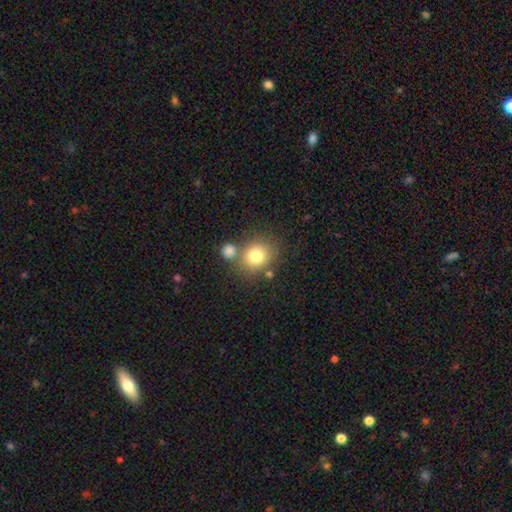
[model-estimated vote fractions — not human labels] Smooth or featured?
  - smooth: 78% *
  - featured or disk: 11%
  - star or artifact: 11%
How rounded?
  - round: 68% *
  - in between: 31%
  - cigar-shaped: 1%
Merging?
  - none: 62% *
  - merger: 22%
  - minor disturbance: 12%
  - major disturbance: 4%